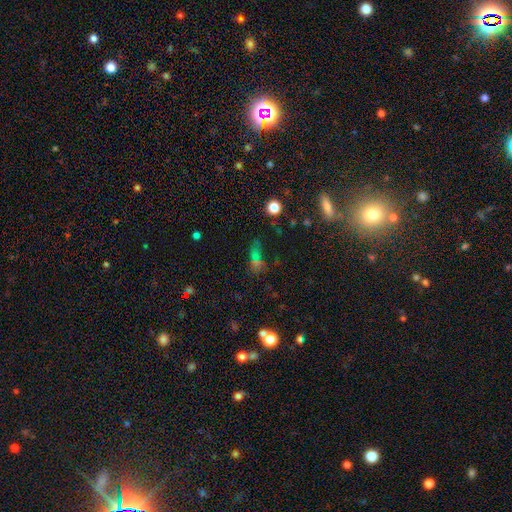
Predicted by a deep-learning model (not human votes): smooth_or_featured: smooth (p=0.50) [alt: star or artifact p=0.34]
how_rounded: in between (p=0.46) [alt: cigar-shaped p=0.27]
merging: none (p=0.51) [alt: merger p=0.22]